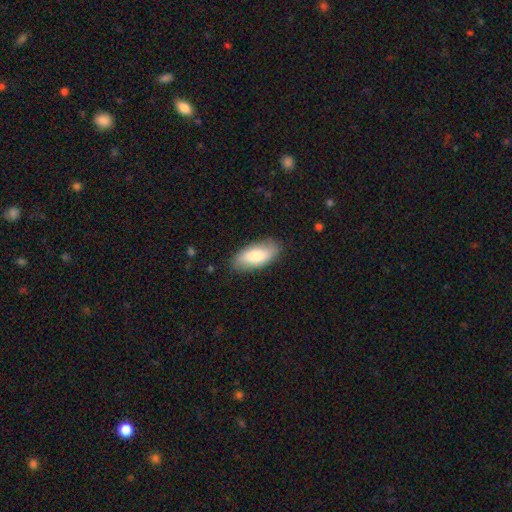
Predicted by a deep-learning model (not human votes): Smooth or featured: smooth — 75% (featured or disk — 20%)
How rounded: in between — 89% (cigar-shaped — 9%)
Merging: none — 84% (minor disturbance — 13%)